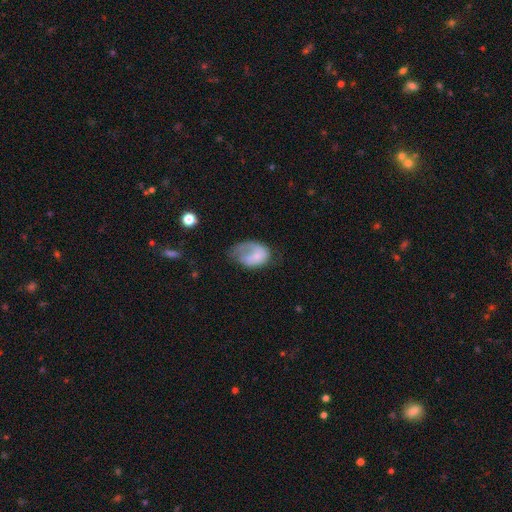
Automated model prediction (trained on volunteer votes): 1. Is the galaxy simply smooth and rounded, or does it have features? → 53% smooth, 40% featured or disk, 7% star or artifact.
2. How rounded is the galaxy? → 79% in between, 20% round, 1% cigar-shaped.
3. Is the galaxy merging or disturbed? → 48% major disturbance, 25% minor disturbance, 23% none, 3% merger.